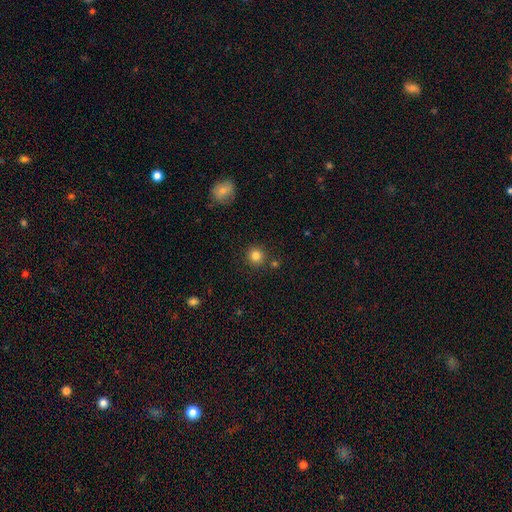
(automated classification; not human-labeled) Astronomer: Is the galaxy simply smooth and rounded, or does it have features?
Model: smooth — 81%.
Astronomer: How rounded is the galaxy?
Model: round — 93%.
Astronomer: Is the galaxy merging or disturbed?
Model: none — 85%.